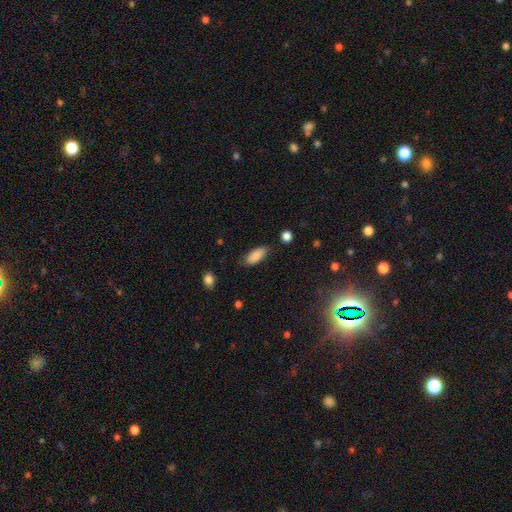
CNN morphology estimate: This appears to be a smooth galaxy with no disk features (86%) that is in between round and cigar-shaped (85%). Merging: none (71%).